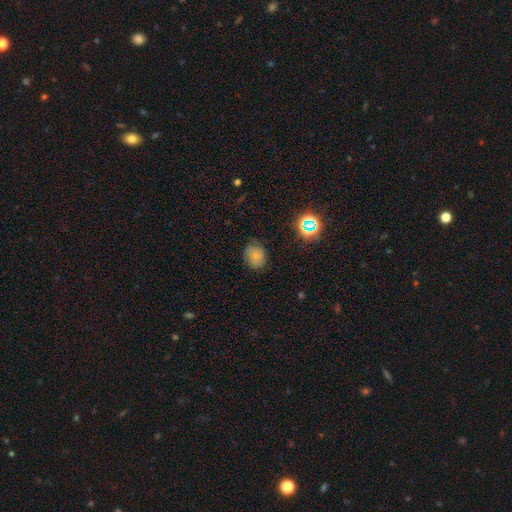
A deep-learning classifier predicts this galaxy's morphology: This appears to be a smooth galaxy with no disk features (72%) that is round (55%). Merging: none (71%).